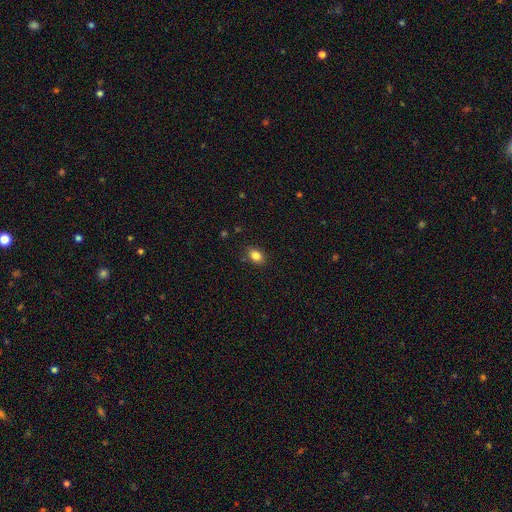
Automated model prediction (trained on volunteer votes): smooth-or-featured: smooth: 85% | star or artifact: 10% | featured or disk: 6%
  how-rounded: in between: 79% | round: 20% | cigar-shaped: 1%
  merging: none: 86% | minor disturbance: 10% | major disturbance: 3% | merger: 1%